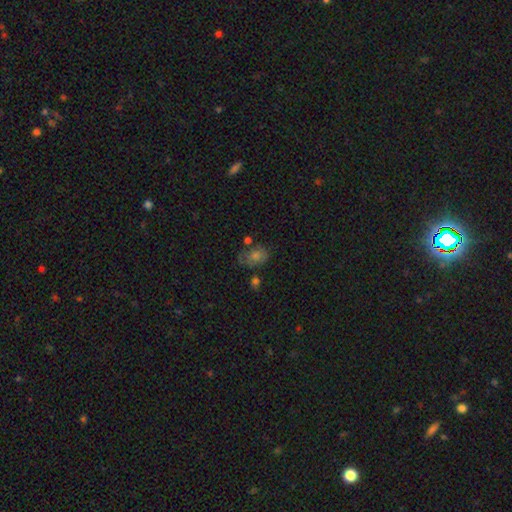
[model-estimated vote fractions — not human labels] smooth_or_featured: smooth (p=0.54) [alt: featured or disk p=0.24]
how_rounded: in between (p=0.70) [alt: round p=0.28]
merging: none (p=0.61) [alt: minor disturbance p=0.23]